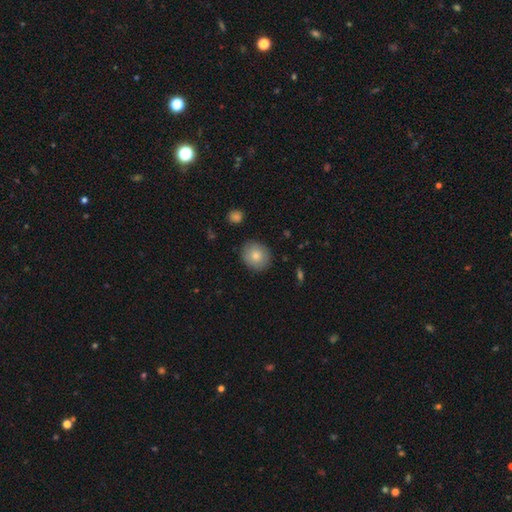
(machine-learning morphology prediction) This is likely a smooth galaxy (80%). How rounded: clearly round (80%). Merging: clearly none (88%).